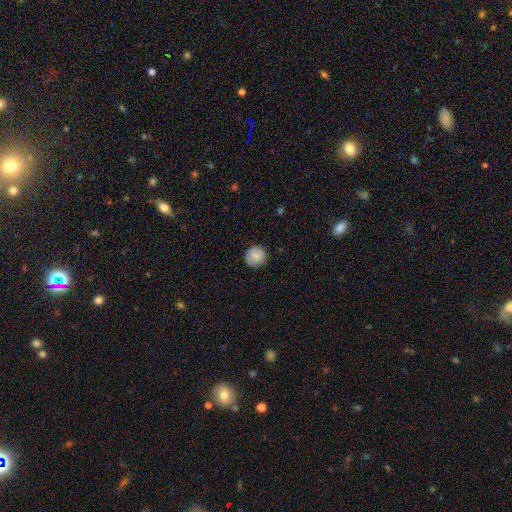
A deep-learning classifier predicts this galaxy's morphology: A smooth galaxy with no disk features (86%) that is round (94%). Merging: none (90%).